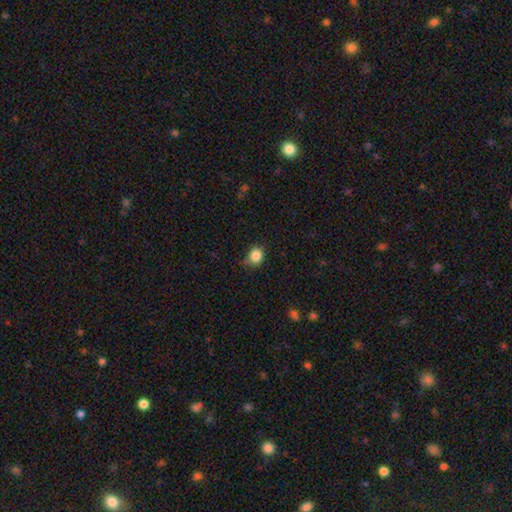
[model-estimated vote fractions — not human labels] A smooth galaxy with no disk features (84%) that is round (76%).

Vote fractions:
- Smooth or featured? smooth: 84% / star or artifact: 11% / featured or disk: 5%
- How rounded? round: 76% / in between: 23% / cigar-shaped: 1%
- Merging? none: 68% / minor disturbance: 26% / major disturbance: 5% / merger: 2%